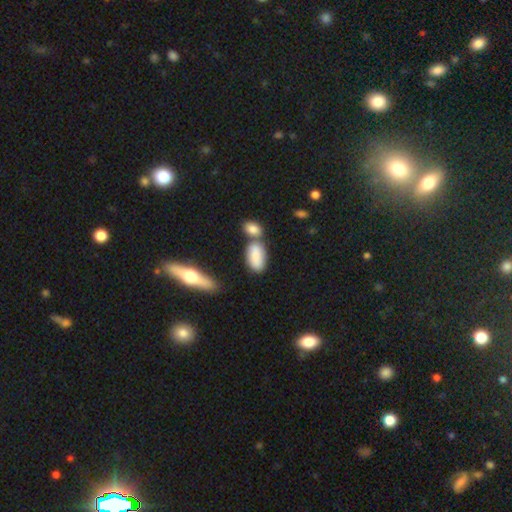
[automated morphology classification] Smooth or featured? Predicted: smooth (p=0.83). How rounded? Predicted: in between (p=0.90). Merging? Predicted: none (p=0.45).